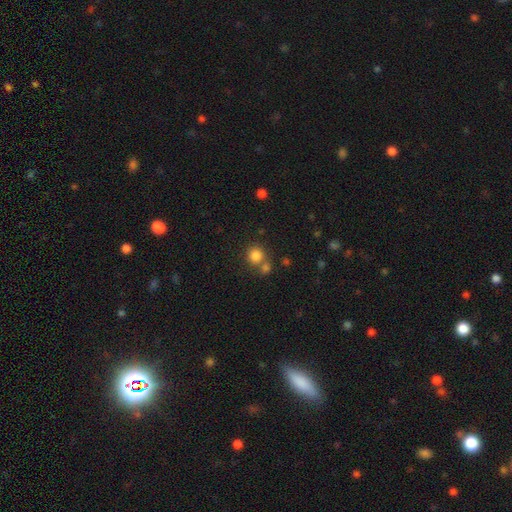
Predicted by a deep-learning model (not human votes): Smooth or featured? Predicted: smooth (p=0.83). How rounded? Predicted: round (p=0.88). Merging? Predicted: none (p=0.61).